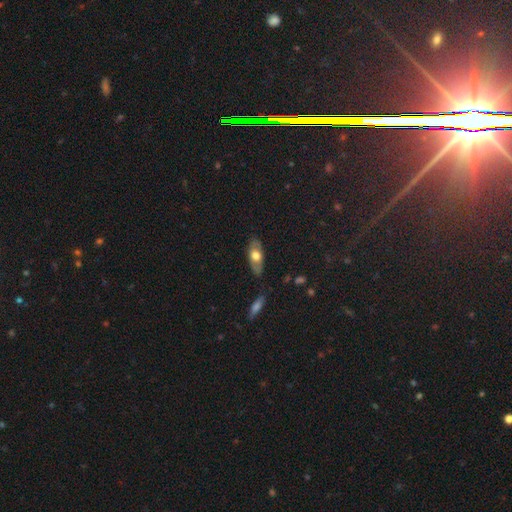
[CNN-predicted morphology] This appears to be a smooth galaxy with no disk features (56%) that is in between round and cigar-shaped (80%). Merging: none (81%).